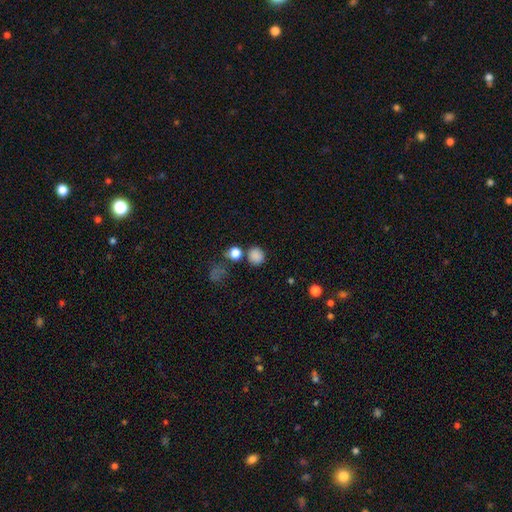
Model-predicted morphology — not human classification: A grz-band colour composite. It shows a smooth galaxy with no disk features (83%) that is round (88%). Merging: none (78%).